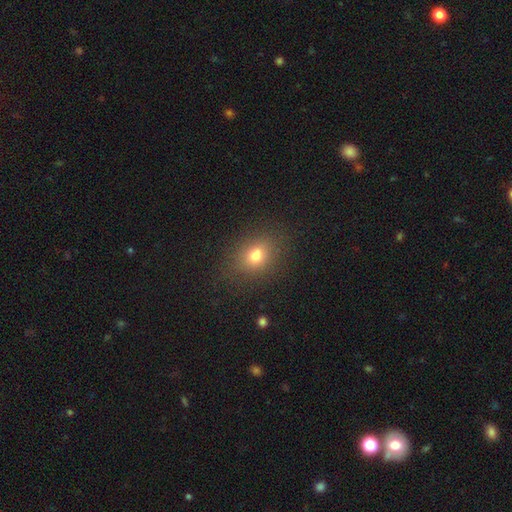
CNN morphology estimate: This is likely a smooth galaxy (75%). How rounded: possibly in between (51%). Merging: likely none (77%).